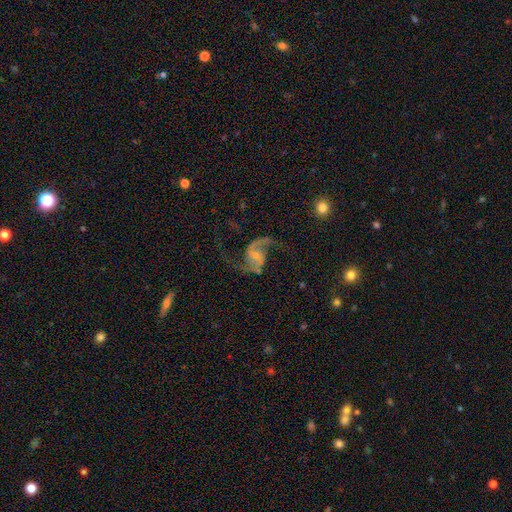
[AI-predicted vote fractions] Smooth or featured: featured or disk — 89% (star or artifact — 5%)
Edge-on disk: no — 98% (yes — 2%)
Bar: no — 53% (weak — 35%)
Spiral arms: yes — 97% (no — 3%)
Spiral winding: loose — 63% (medium — 32%)
Spiral arm count: 2 — 93% (1 — 2%)
Bulge size: small — 57% (moderate — 35%)
Merging: none — 70% (minor disturbance — 14%)